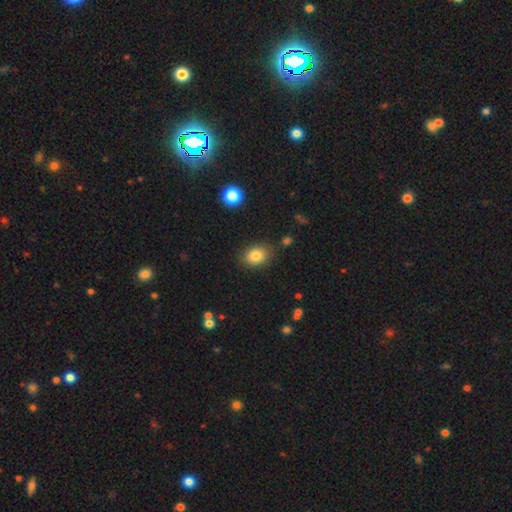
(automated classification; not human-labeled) This appears to be a smooth galaxy with no disk features (82%) that is in between round and cigar-shaped (63%). Merging: none (81%).